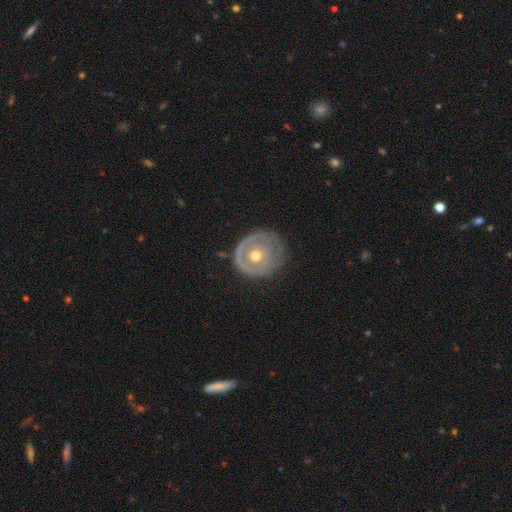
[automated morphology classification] Smooth or featured: featured or disk — 62% (smooth — 32%)
Edge-on disk: no — 96% (yes — 4%)
Bar: no — 89% (weak — 8%)
Spiral arms: no — 65% (yes — 35%)
Bulge size: moderate — 67% (small — 29%)
Merging: none — 63% (minor disturbance — 25%)